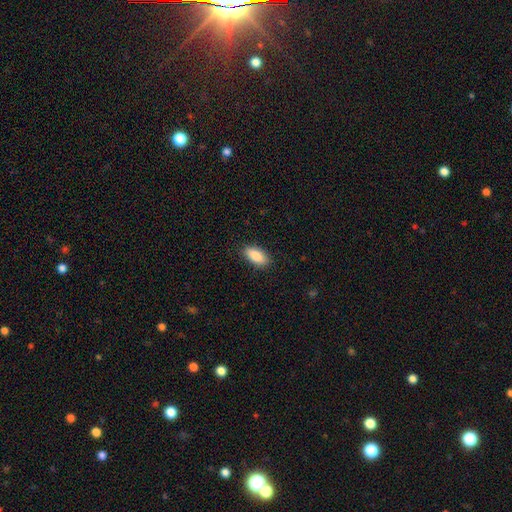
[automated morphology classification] type=smooth (88%); roundness=in between (86%); merging=none (88%).